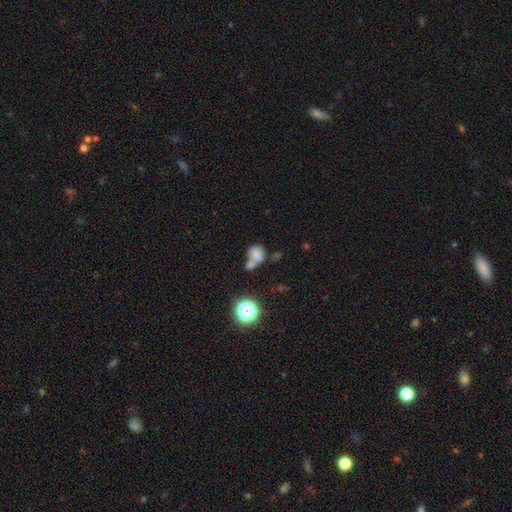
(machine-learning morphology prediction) type=smooth (70%); roundness=round (64%); merging=merger (53%).